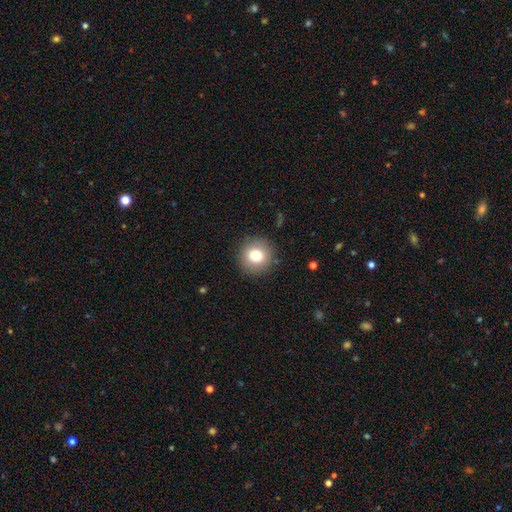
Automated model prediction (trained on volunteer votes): Morphology: type=smooth (78%); roundness=round (92%); merging=none (90%).